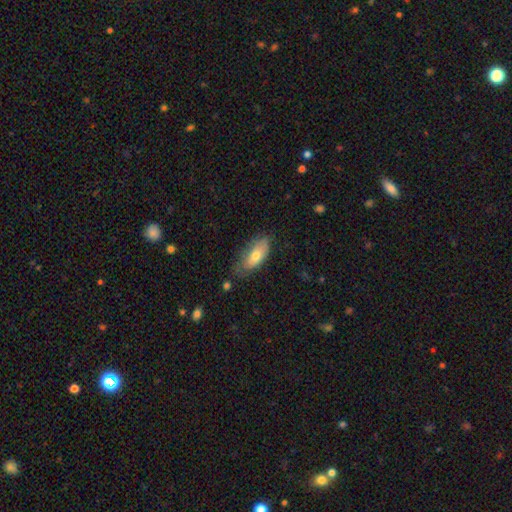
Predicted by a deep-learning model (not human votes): A smooth galaxy with no disk features (70%) that is in between round and cigar-shaped (85%). Merging: none (60%).